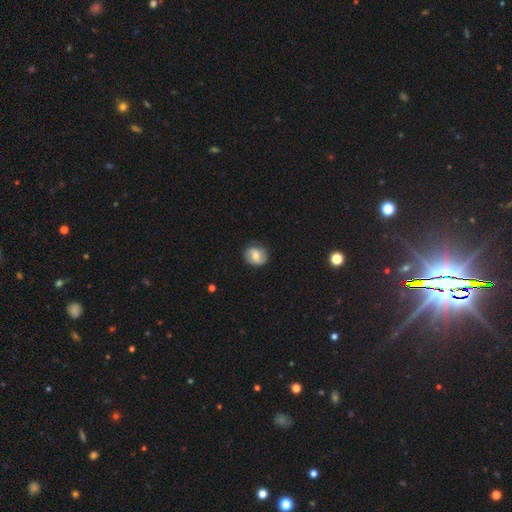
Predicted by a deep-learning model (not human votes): smooth_or_featured: featured or disk (p=0.47) [alt: smooth p=0.45]
merging: none (p=0.80) [alt: minor disturbance p=0.15]